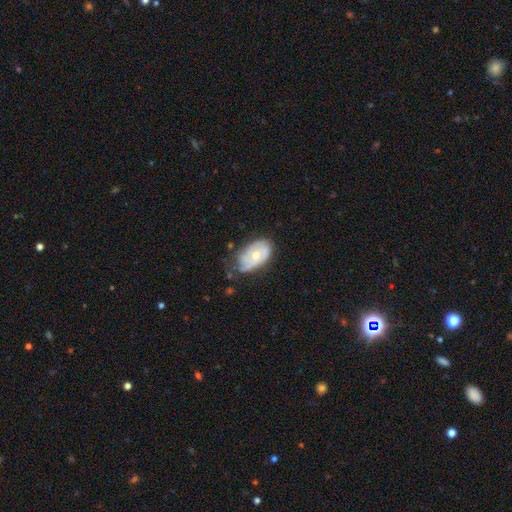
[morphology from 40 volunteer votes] type=featured or disk (57%); edge-on=no (100%); bar=no (83%); spiral arms=yes (61%); winding=tight (64%); arm count=can't tell (50%); bulge=moderate (74%); merging=minor disturbance (55%).